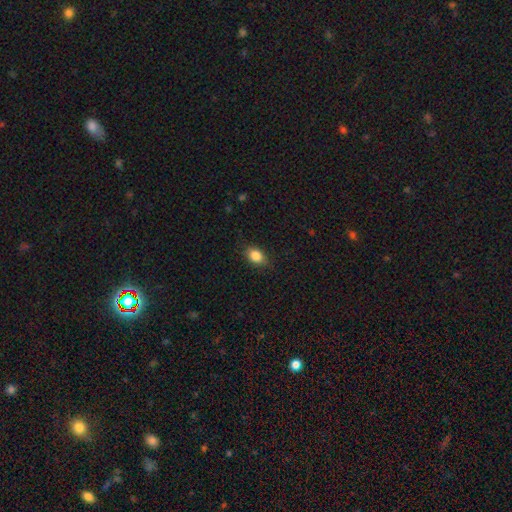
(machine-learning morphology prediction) A smooth galaxy with no disk features (86%) that is in between round and cigar-shaped (78%).

Vote fractions:
- Smooth or featured? smooth: 86% / star or artifact: 8% / featured or disk: 6%
- How rounded? in between: 78% / round: 21% / cigar-shaped: 2%
- Merging? none: 84% / minor disturbance: 13% / major disturbance: 3% / merger: 1%